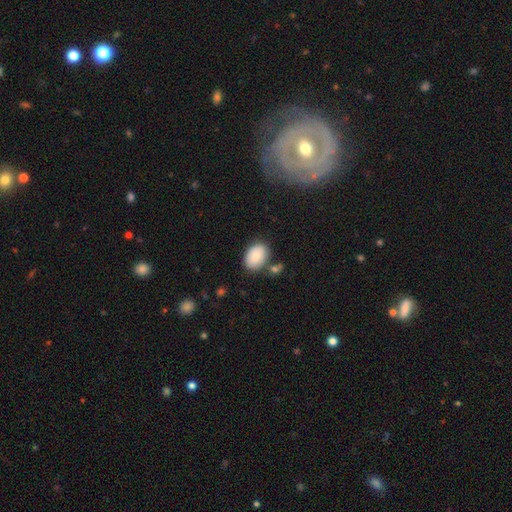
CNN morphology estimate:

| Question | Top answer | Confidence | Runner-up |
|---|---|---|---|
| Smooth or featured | smooth | 83% | featured or disk (11%) |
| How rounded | in between | 86% | round (13%) |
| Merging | none | 73% | minor disturbance (15%) |